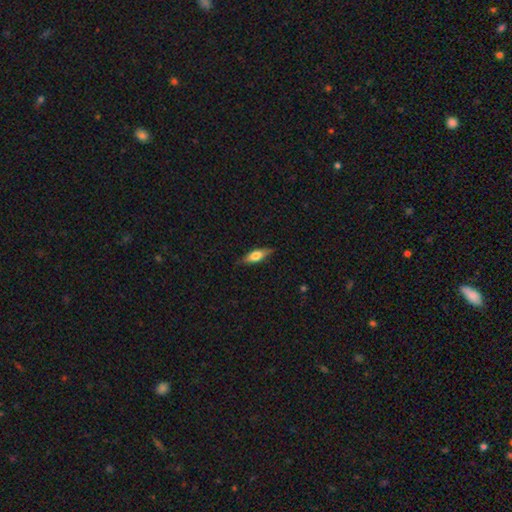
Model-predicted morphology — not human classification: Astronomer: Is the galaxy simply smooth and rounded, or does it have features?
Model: smooth — 59% (runner-up: featured or disk, 35%).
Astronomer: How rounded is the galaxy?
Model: in between — 57% (runner-up: cigar-shaped, 40%).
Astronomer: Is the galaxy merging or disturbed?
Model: none — 82%.